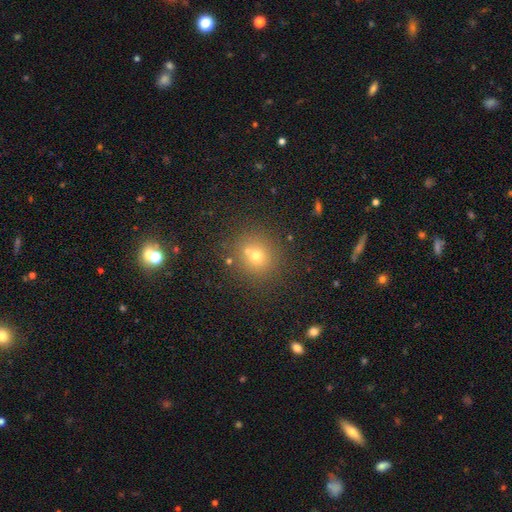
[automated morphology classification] Smooth or featured? smooth (66%)
How rounded? round (89%)
Merging? none (68%)